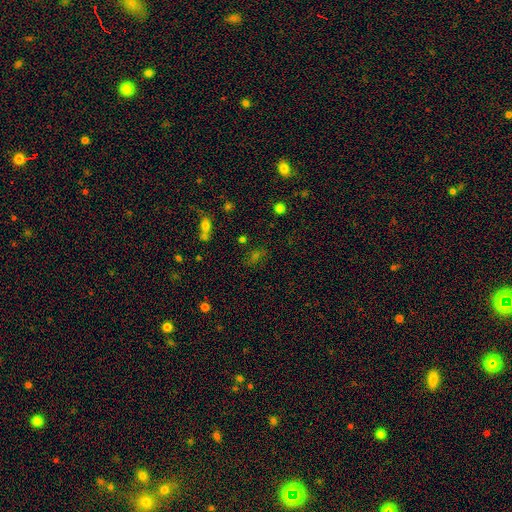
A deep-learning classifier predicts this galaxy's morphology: Q: Smooth or featured?
A: star or artifact (44%); runner-up: smooth (42%)